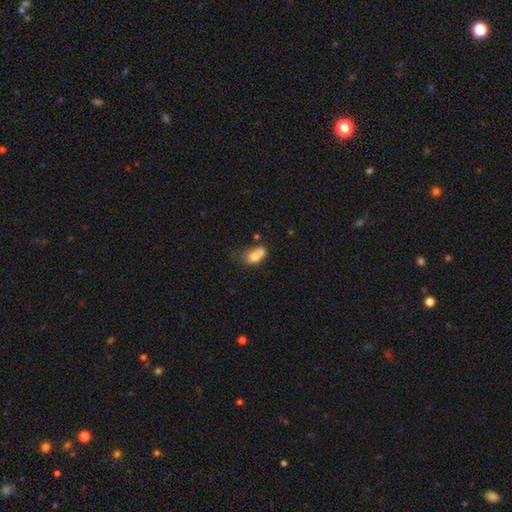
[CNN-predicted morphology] Smooth or featured: smooth — 70% (featured or disk — 20%)
How rounded: in between — 78% (round — 18%)
Merging: merger — 41% (none — 26%)